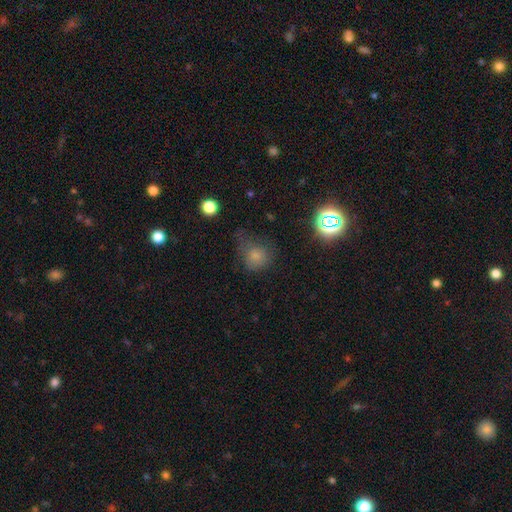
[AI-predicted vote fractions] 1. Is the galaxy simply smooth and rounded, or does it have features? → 71% smooth, 18% star or artifact, 11% featured or disk.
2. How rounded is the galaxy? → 80% round, 18% in between, 1% cigar-shaped.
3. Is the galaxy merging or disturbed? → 47% none, 28% minor disturbance, 21% major disturbance, 4% merger.